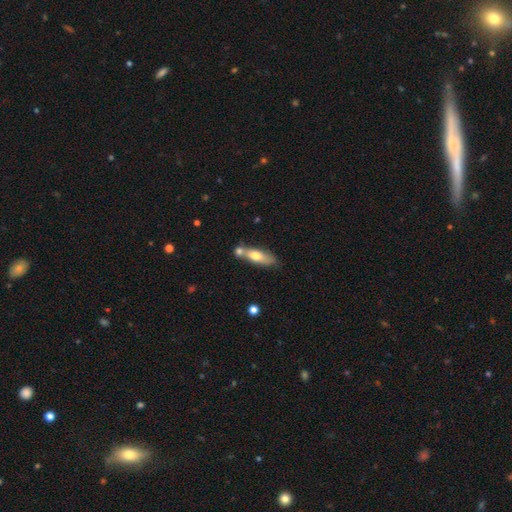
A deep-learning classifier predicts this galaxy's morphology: Q: Smooth or featured?
A: smooth (64%); runner-up: featured or disk (30%)
Q: How rounded?
A: in between (50%); runner-up: cigar-shaped (47%)
Q: Merging?
A: none (45%); runner-up: merger (34%)